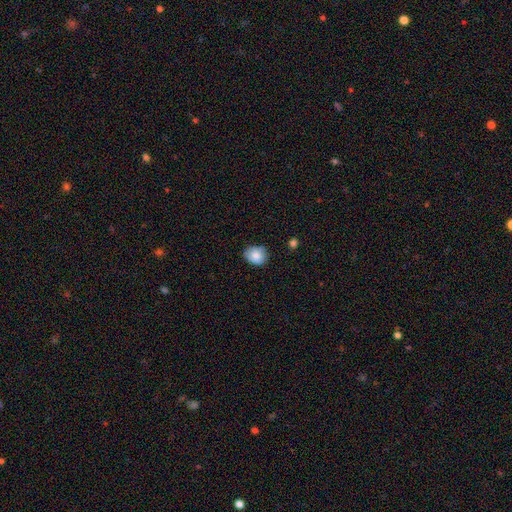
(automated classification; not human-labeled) Overall: smooth (83%). How rounded: round (59%; in between 40%). Merging: none (76%).